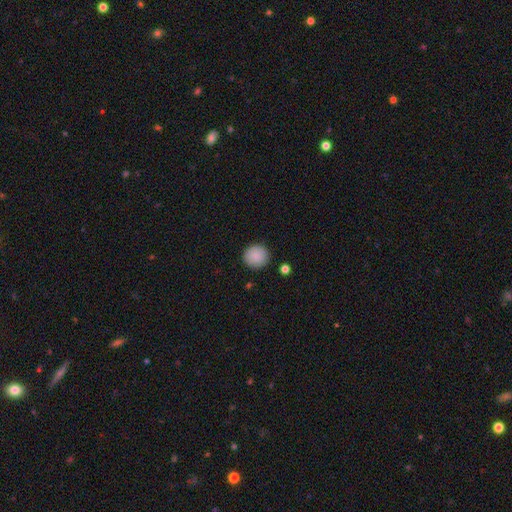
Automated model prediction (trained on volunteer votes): smooth_or_featured: smooth (p=0.87) [alt: star or artifact p=0.07]
how_rounded: round (p=0.94) [alt: in between p=0.05]
merging: none (p=0.90) [alt: minor disturbance p=0.07]